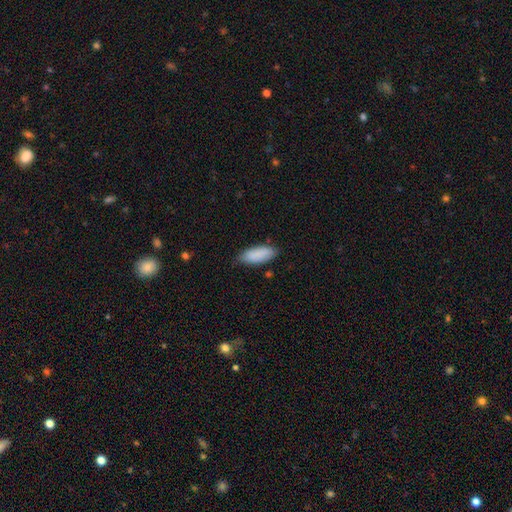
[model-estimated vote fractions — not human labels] smooth 89%, star or artifact 6%, featured or disk 5%. Down the decision tree: how rounded — in between (76%); merging — none (78%).